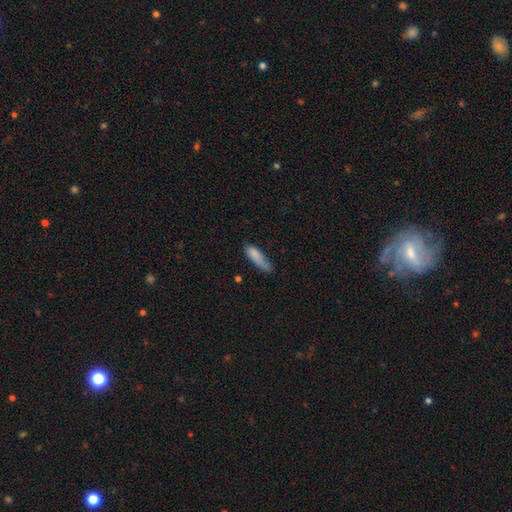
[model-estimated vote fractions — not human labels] A smooth galaxy with no disk features (83%) that is cigar-shaped (55%).

Vote fractions:
- Smooth or featured? smooth: 83% / featured or disk: 9% / star or artifact: 7%
- How rounded? cigar-shaped: 55% / in between: 44% / round: 2%
- Merging? none: 48% / minor disturbance: 36% / major disturbance: 11% / merger: 4%